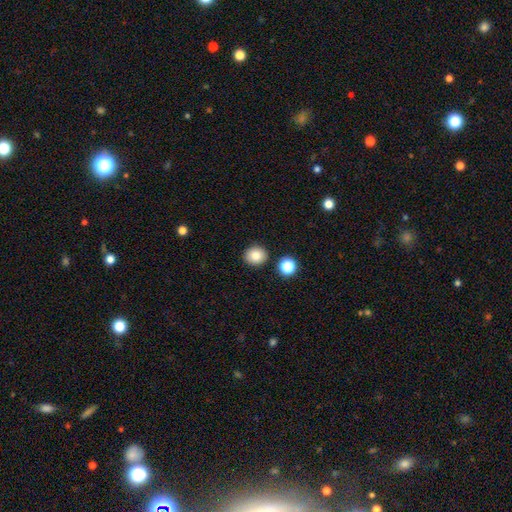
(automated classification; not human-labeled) Smooth or featured? Predicted: smooth (p=0.83). How rounded? Predicted: round (p=0.81). Merging? Predicted: none (p=0.88).